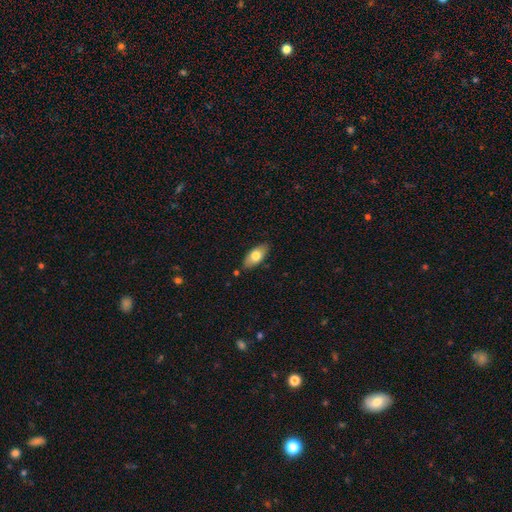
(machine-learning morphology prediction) Smooth or featured: smooth — 74% (featured or disk — 19%)
How rounded: in between — 89% (cigar-shaped — 8%)
Merging: none — 84% (minor disturbance — 12%)